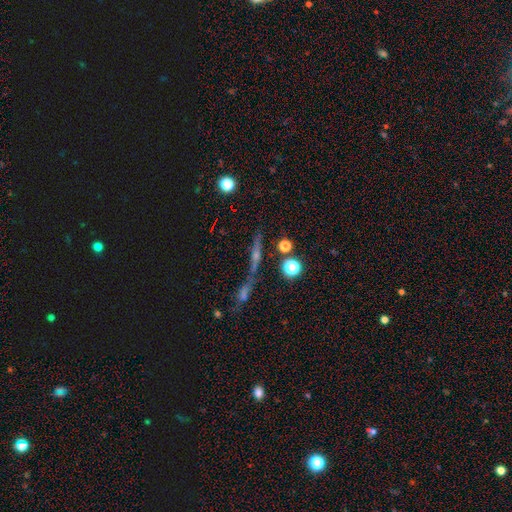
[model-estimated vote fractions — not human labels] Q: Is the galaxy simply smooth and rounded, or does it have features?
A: featured or disk — 52%.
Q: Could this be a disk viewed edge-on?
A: yes — 82%.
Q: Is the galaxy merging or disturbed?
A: none — 56%.